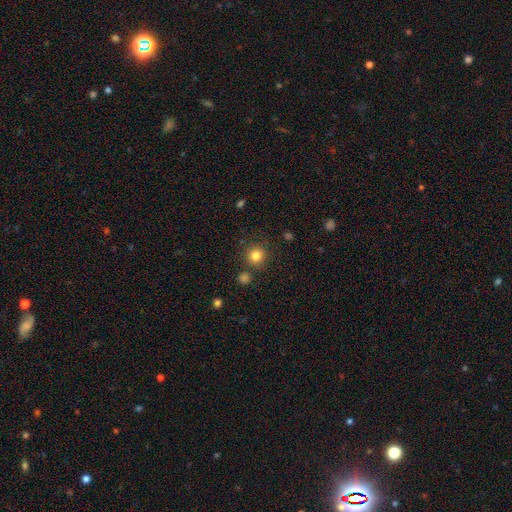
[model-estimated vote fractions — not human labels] Smooth or featured?
  - smooth: 82% *
  - star or artifact: 13%
  - featured or disk: 5%
How rounded?
  - round: 93% *
  - in between: 6%
  - cigar-shaped: 1%
Merging?
  - none: 84% *
  - minor disturbance: 8%
  - merger: 5%
  - major disturbance: 3%